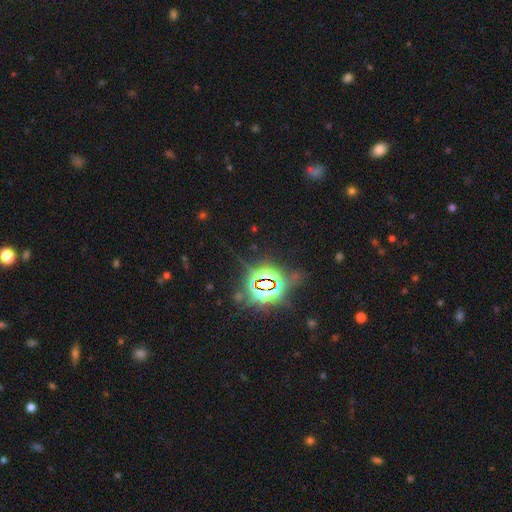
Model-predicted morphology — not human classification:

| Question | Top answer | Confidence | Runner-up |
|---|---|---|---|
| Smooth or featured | star or artifact | 78% | smooth (14%) |